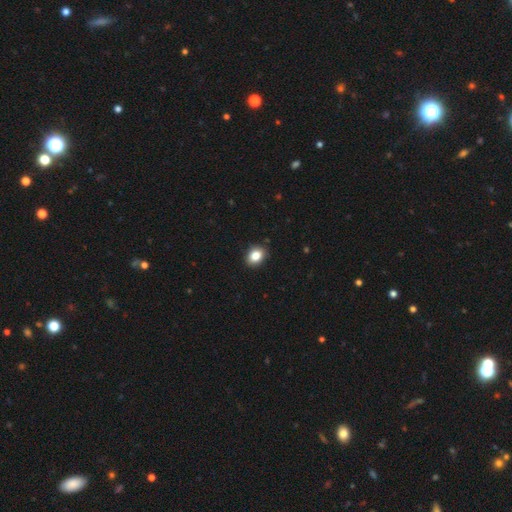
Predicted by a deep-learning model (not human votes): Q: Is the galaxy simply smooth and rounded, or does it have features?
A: smooth — 84%.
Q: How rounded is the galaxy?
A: in between — 61%.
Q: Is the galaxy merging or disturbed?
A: none — 89%.